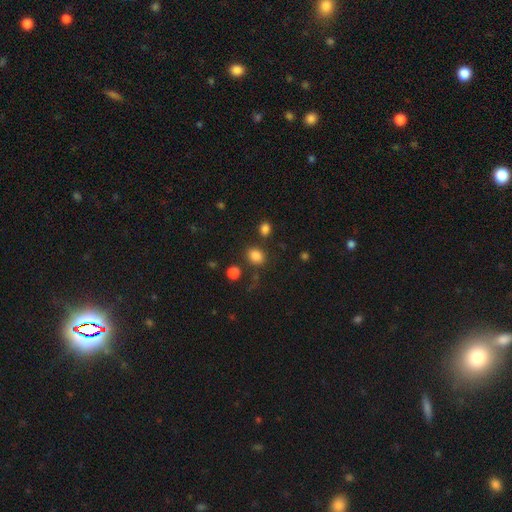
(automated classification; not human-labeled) smooth_or_featured: smooth (p=0.83) [alt: star or artifact p=0.12]
how_rounded: in between (p=0.50) [alt: round p=0.49]
merging: none (p=0.78) [alt: minor disturbance p=0.11]